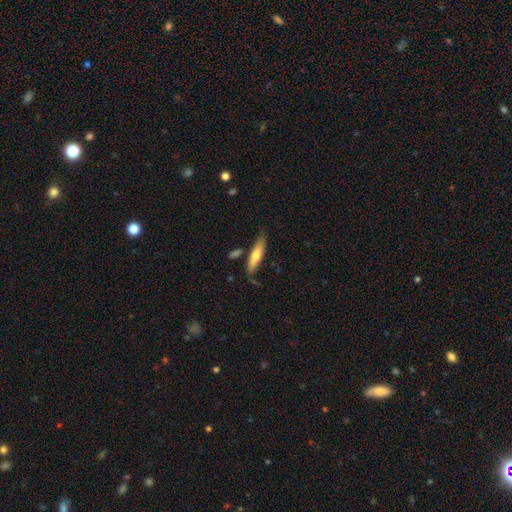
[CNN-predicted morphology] Smooth or featured: smooth — 61% (featured or disk — 33%)
How rounded: cigar-shaped — 76% (in between — 22%)
Merging: none — 73% (minor disturbance — 18%)